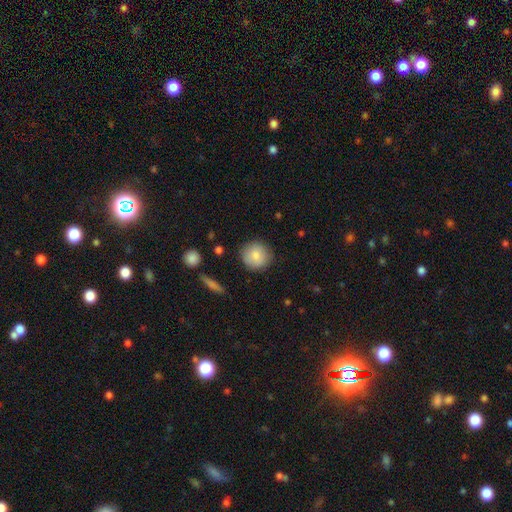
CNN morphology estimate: Smooth or featured?
  - smooth: 82% *
  - featured or disk: 10%
  - star or artifact: 7%
How rounded?
  - round: 90% *
  - in between: 9%
  - cigar-shaped: 1%
Merging?
  - none: 85% *
  - minor disturbance: 11%
  - major disturbance: 3%
  - merger: 2%